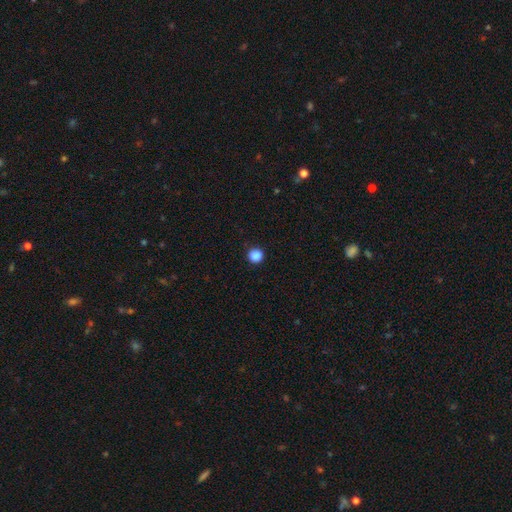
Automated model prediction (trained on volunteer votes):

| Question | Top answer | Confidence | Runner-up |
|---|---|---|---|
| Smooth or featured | smooth | 87% | star or artifact (11%) |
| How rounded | round | 92% | in between (7%) |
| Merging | none | 90% | minor disturbance (7%) |